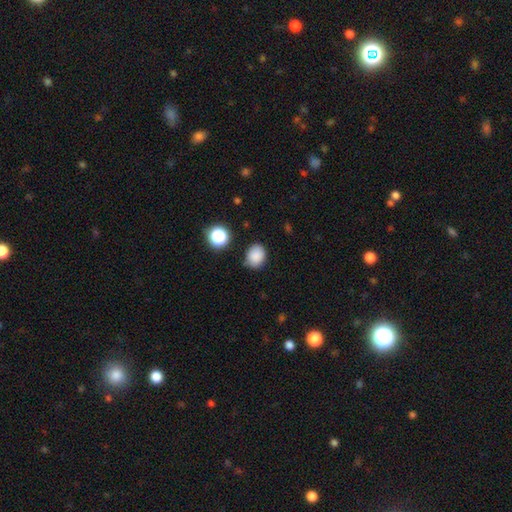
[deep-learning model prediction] smooth-or-featured: smooth: 85% | star or artifact: 11% | featured or disk: 4%
  how-rounded: round: 53% | in between: 46% | cigar-shaped: 1%
  merging: none: 75% | minor disturbance: 18% | major disturbance: 4% | merger: 3%